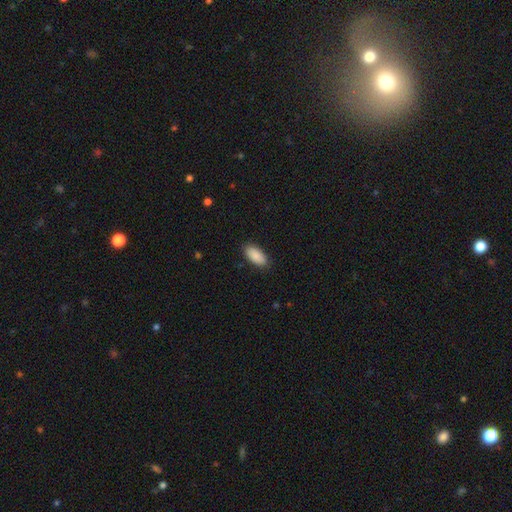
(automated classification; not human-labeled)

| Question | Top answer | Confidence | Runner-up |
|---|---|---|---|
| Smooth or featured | smooth | 90% | star or artifact (6%) |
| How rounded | in between | 93% | cigar-shaped (5%) |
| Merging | none | 88% | minor disturbance (9%) |